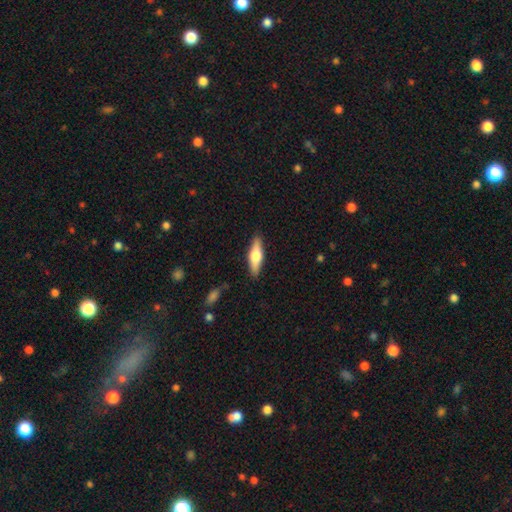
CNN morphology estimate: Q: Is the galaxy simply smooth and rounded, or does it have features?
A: smooth — 52%.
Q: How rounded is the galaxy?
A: cigar-shaped — 55%.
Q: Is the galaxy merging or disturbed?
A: none — 88%.